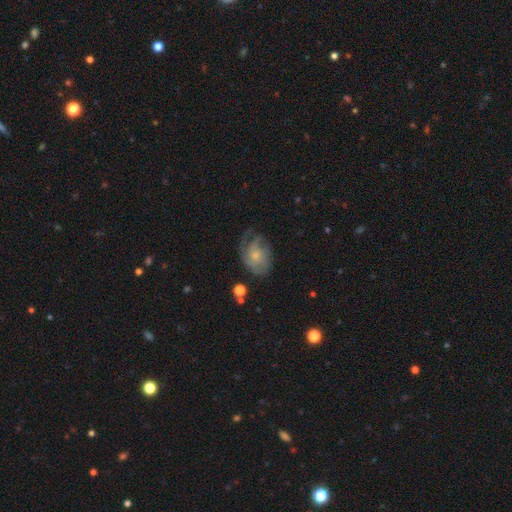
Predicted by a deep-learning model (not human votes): smooth_or_featured: featured or disk (p=0.66) [alt: smooth p=0.26]
disk_edge_on: no (p=0.97) [alt: yes p=0.03]
bar: no (p=0.77) [alt: weak p=0.21]
has_spiral_arms: yes (p=0.85) [alt: no p=0.15]
spiral_winding: tight (p=0.45) [alt: medium p=0.37]
spiral_arm_count: can't tell (p=0.44) [alt: 2 p=0.19]
bulge_size: small (p=0.64) [alt: moderate p=0.29]
merging: none (p=0.52) [alt: minor disturbance p=0.26]